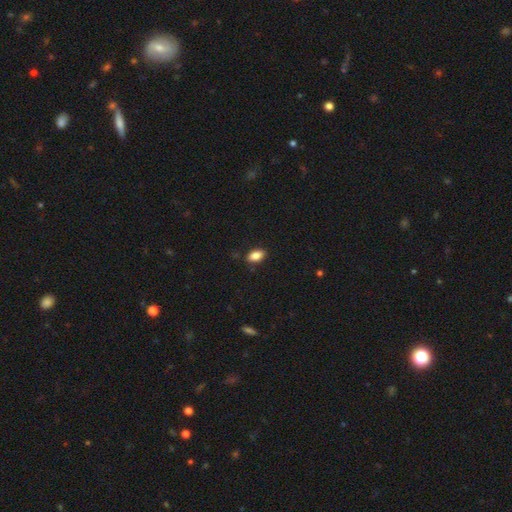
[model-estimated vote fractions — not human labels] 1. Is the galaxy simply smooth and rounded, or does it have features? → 85% smooth, 8% star or artifact, 6% featured or disk.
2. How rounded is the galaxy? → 91% in between, 6% round, 3% cigar-shaped.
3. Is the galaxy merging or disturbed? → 87% none, 10% minor disturbance, 2% major disturbance, 1% merger.